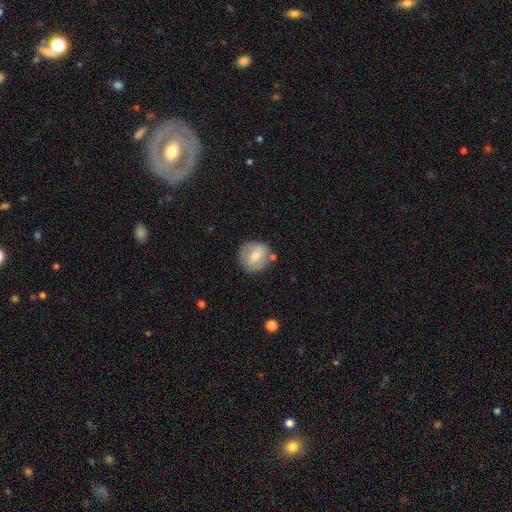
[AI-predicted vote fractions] Morphology: type=smooth (63%); roundness=round (87%); merging=none (76%).